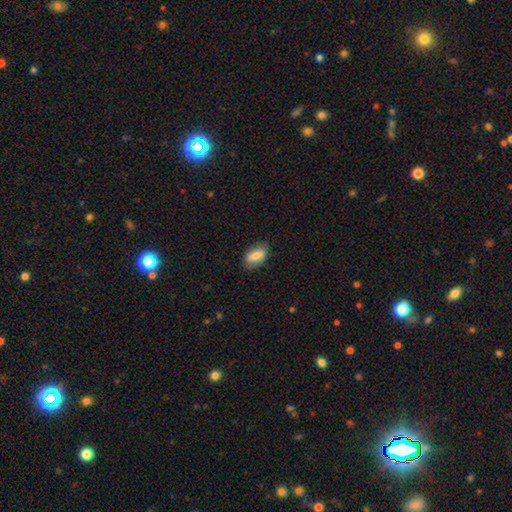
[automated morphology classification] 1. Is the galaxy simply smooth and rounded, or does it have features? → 77% smooth, 17% featured or disk, 7% star or artifact.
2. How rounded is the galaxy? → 90% in between, 6% round, 4% cigar-shaped.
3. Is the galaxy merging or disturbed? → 79% none, 16% minor disturbance, 4% major disturbance, 1% merger.